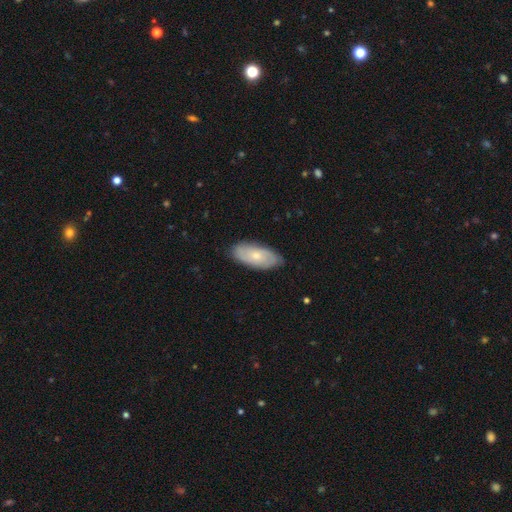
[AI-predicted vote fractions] Q: Smooth or featured?
A: smooth (51%); runner-up: featured or disk (43%)
Q: How rounded?
A: in between (86%); runner-up: cigar-shaped (11%)
Q: Merging?
A: none (83%); runner-up: minor disturbance (14%)